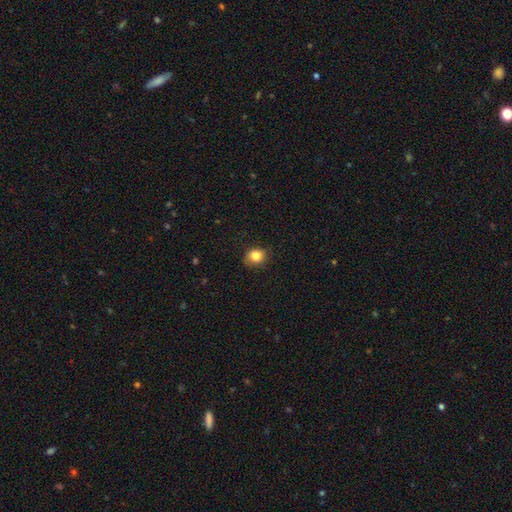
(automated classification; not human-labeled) This is clearly a smooth galaxy (83%). How rounded: likely round (70%). Merging: clearly none (81%).